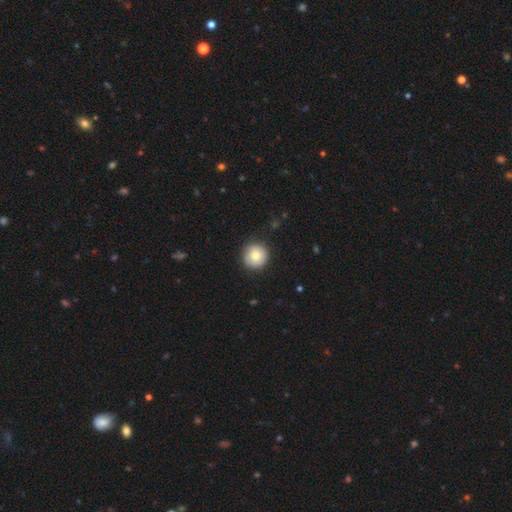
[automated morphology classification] type=smooth (77%); roundness=round (95%); merging=none (88%).